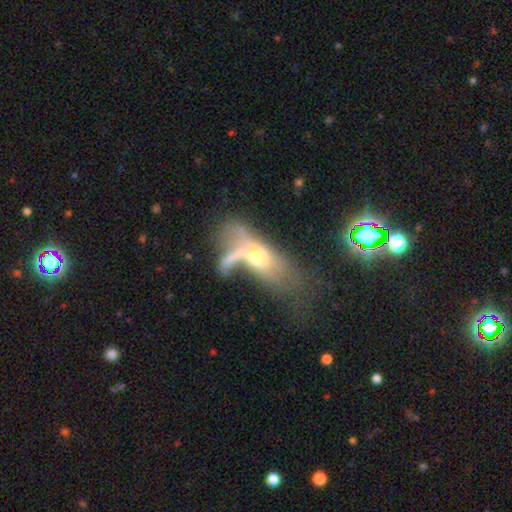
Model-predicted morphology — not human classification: A featured or disk galaxy (49%). Merging: merger (42%).